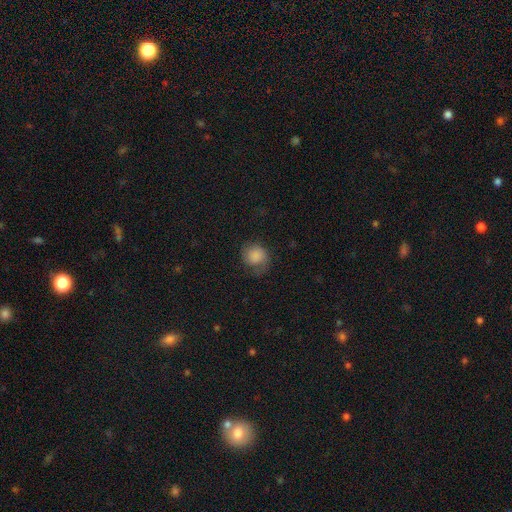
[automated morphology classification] type=smooth (73%); roundness=round (79%); merging=none (63%).